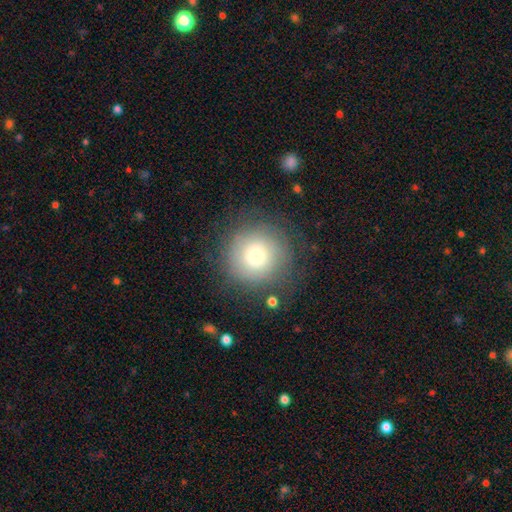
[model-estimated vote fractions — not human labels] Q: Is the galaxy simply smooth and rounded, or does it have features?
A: smooth — 69%.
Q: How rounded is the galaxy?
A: round — 95%.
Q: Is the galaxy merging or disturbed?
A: none — 76%.